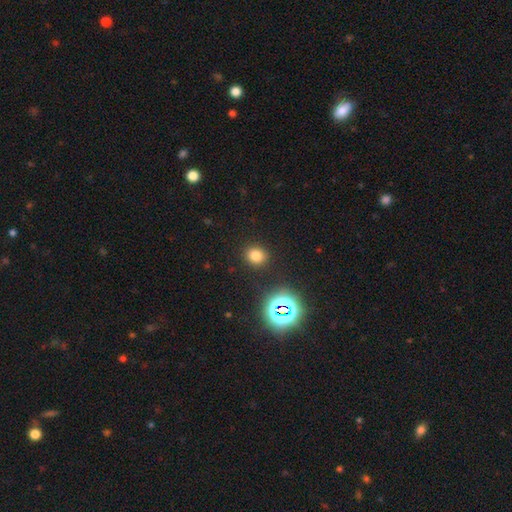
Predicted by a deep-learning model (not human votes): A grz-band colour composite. It shows a smooth galaxy with no disk features (74%) that is round (76%). Merging: none (88%).